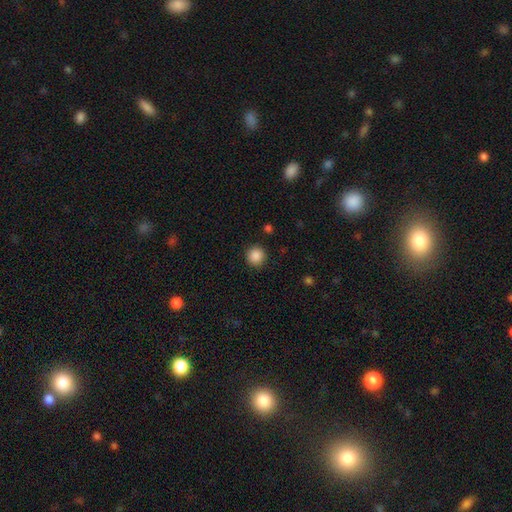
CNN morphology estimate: smooth-or-featured: smooth: 88% | star or artifact: 10% | featured or disk: 3%
  how-rounded: round: 94% | in between: 5% | cigar-shaped: 1%
  merging: none: 91% | minor disturbance: 6% | major disturbance: 2% | merger: 1%